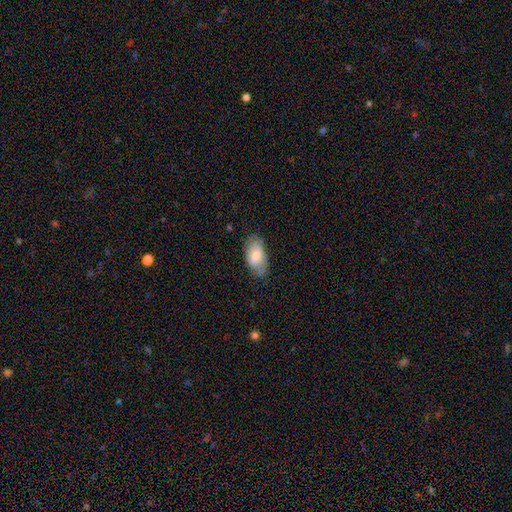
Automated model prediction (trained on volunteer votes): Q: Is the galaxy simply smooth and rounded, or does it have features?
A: smooth — 72%.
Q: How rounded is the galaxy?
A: in between — 94%.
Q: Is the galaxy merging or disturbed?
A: none — 70%.